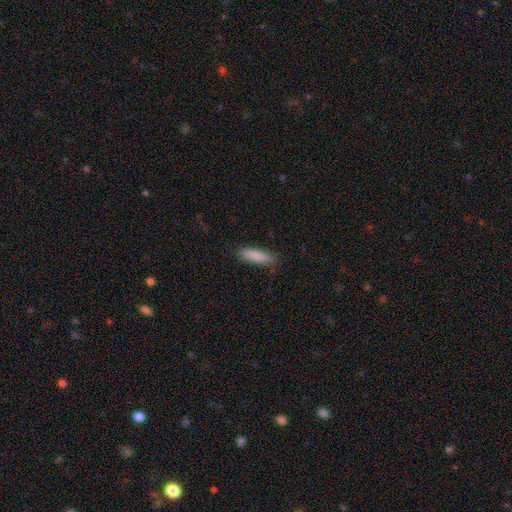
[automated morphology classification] Smooth or featured: smooth — 88% (star or artifact — 6%)
How rounded: cigar-shaped — 62% (in between — 36%)
Merging: none — 84% (minor disturbance — 13%)